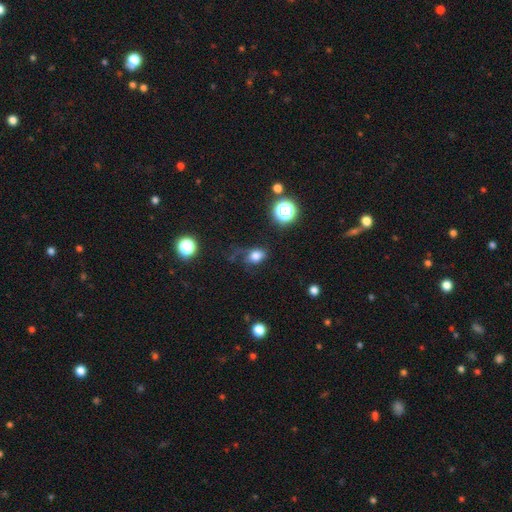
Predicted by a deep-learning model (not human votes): Smooth or featured: smooth — 77% (star or artifact — 13%)
How rounded: in between — 56% (round — 42%)
Merging: none — 49% (minor disturbance — 26%)